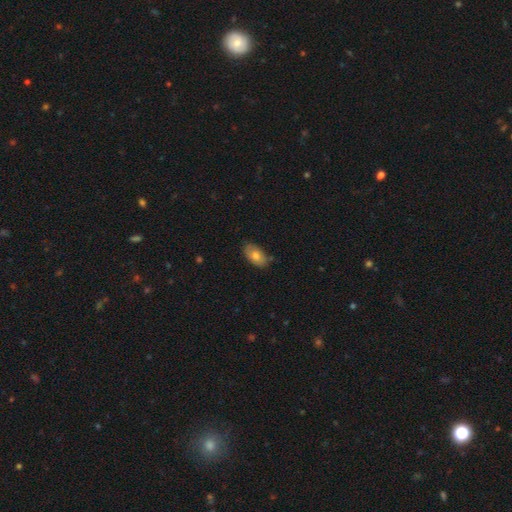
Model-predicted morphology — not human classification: Smooth or featured?
  - smooth: 71% *
  - featured or disk: 21%
  - star or artifact: 7%
How rounded?
  - in between: 92% *
  - round: 6%
  - cigar-shaped: 2%
Merging?
  - none: 72% *
  - minor disturbance: 22%
  - major disturbance: 4%
  - merger: 2%